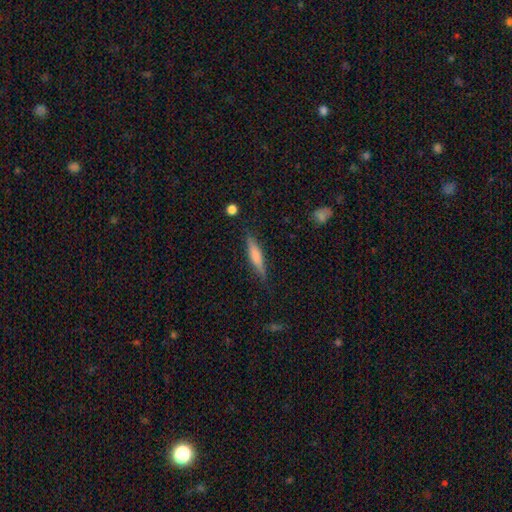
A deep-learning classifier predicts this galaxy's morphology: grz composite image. It shows a smooth galaxy with no disk features (58%) that is cigar-shaped (82%). Merging: none (83%).